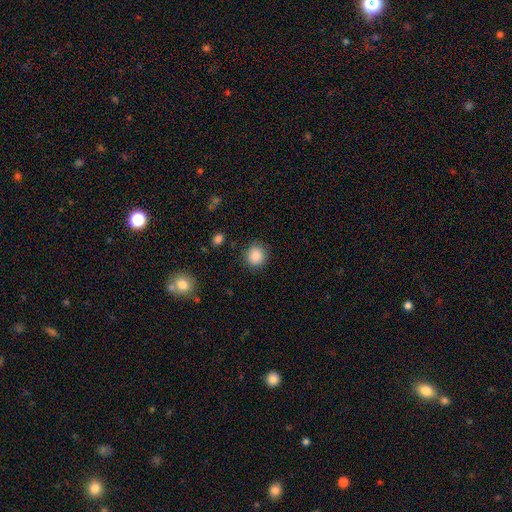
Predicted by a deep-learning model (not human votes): This is clearly a smooth galaxy (88%). How rounded: clearly round (87%). Merging: clearly none (85%).